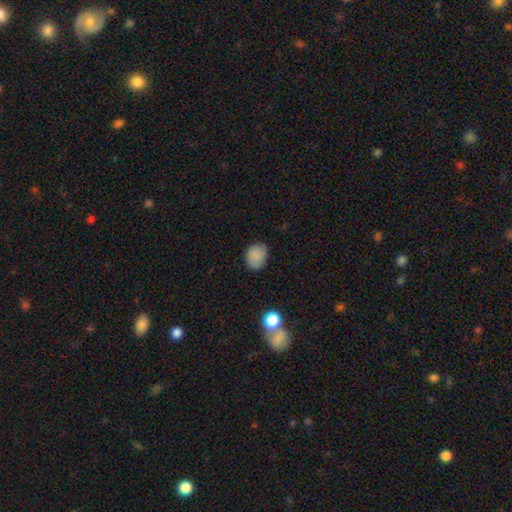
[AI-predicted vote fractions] Smooth or featured: smooth — 85% (star or artifact — 10%)
How rounded: in between — 53% (round — 46%)
Merging: none — 78% (minor disturbance — 17%)